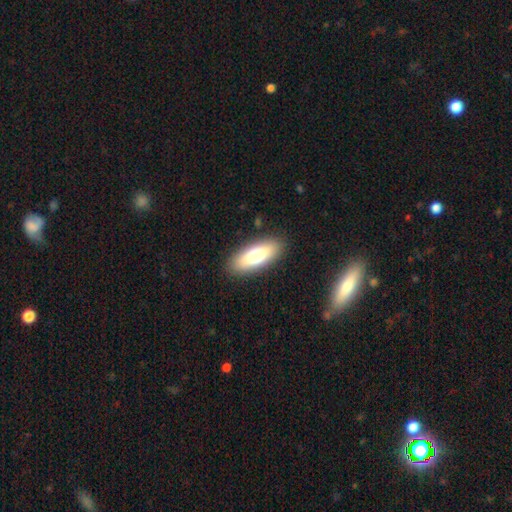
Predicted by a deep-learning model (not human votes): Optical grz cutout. It shows a smooth galaxy with no disk features (72%) that is in between round and cigar-shaped (69%). Merging: none (88%).